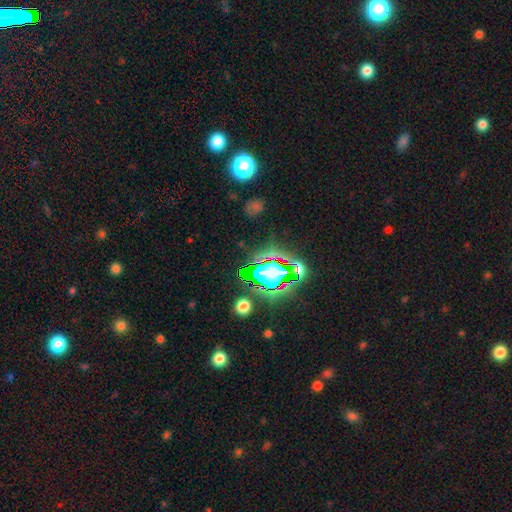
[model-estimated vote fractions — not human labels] Smooth or featured?
  - star or artifact: 75% *
  - smooth: 14%
  - featured or disk: 10%